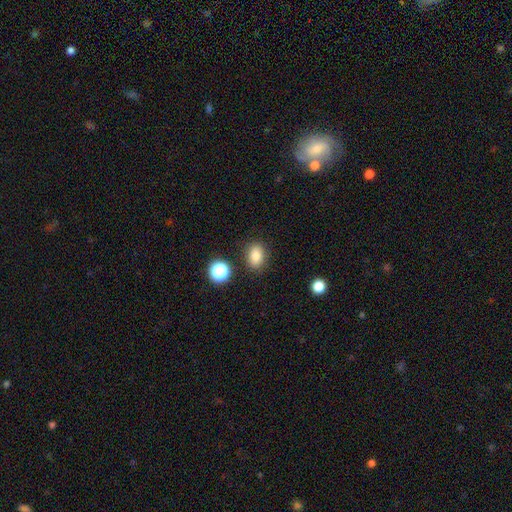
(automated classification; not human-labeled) This is clearly a smooth galaxy (83%). How rounded: likely in between (73%). Merging: clearly none (84%).